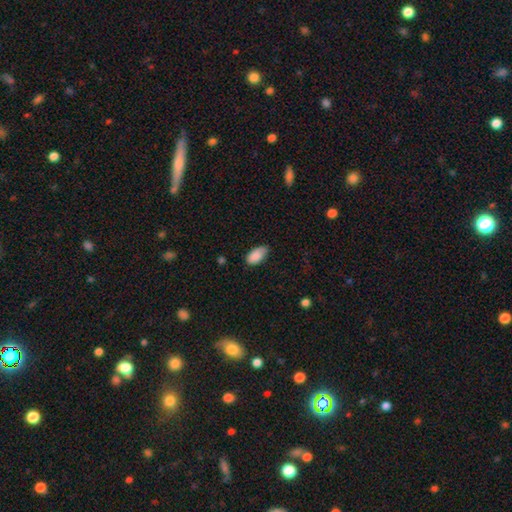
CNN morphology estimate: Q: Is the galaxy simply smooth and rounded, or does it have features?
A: smooth — 87%.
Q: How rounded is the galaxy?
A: in between — 94%.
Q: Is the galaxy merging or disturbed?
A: none — 63%.